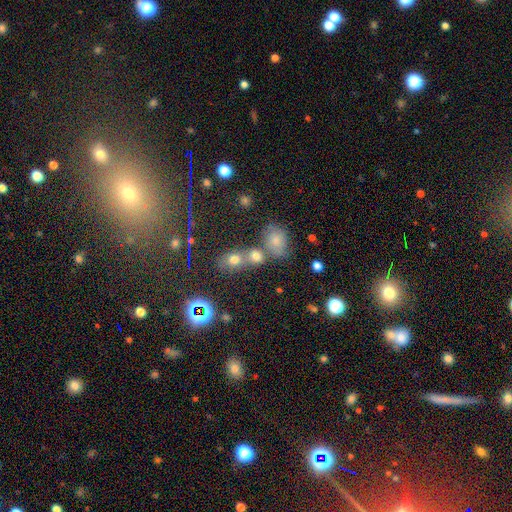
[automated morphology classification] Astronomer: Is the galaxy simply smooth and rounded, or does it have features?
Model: smooth — 53% (runner-up: star or artifact, 29%).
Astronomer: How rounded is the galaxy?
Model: in between — 50% (runner-up: round, 46%).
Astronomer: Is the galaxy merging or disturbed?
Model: none — 52% (runner-up: merger, 33%).